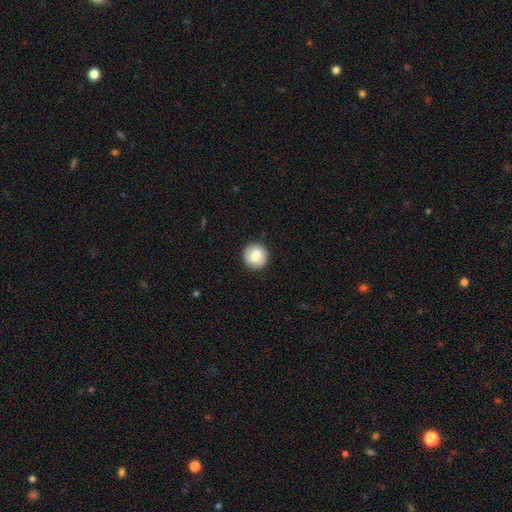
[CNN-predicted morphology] Smooth or featured: smooth — 82% (featured or disk — 10%)
How rounded: round — 93% (in between — 6%)
Merging: none — 91% (minor disturbance — 6%)